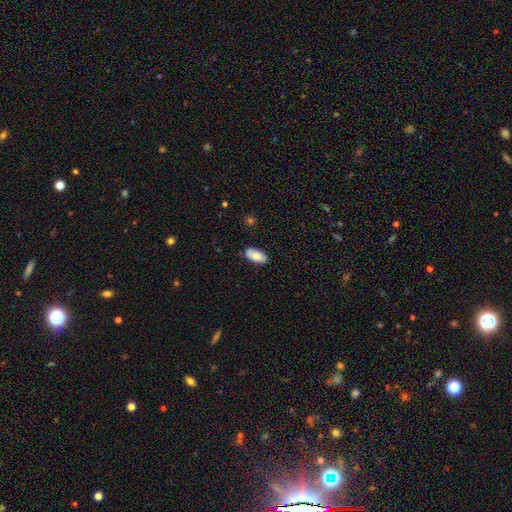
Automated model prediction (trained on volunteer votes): Smooth or featured? Predicted: smooth (p=0.85). How rounded? Predicted: in between (p=0.91). Merging? Predicted: none (p=0.84).